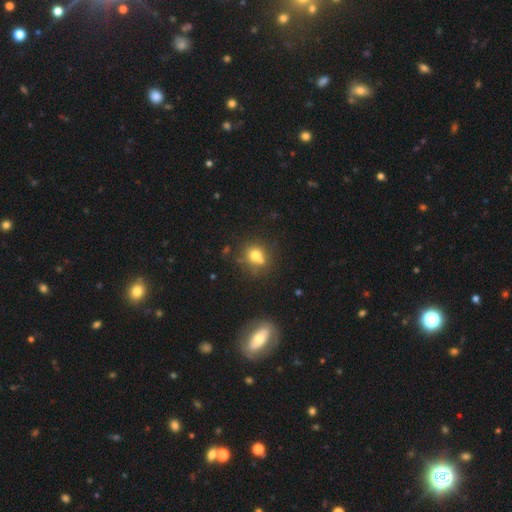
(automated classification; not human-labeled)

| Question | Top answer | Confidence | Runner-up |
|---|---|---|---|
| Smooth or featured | smooth | 71% | featured or disk (14%) |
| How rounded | round | 82% | in between (17%) |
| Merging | none | 56% | merger (27%) |